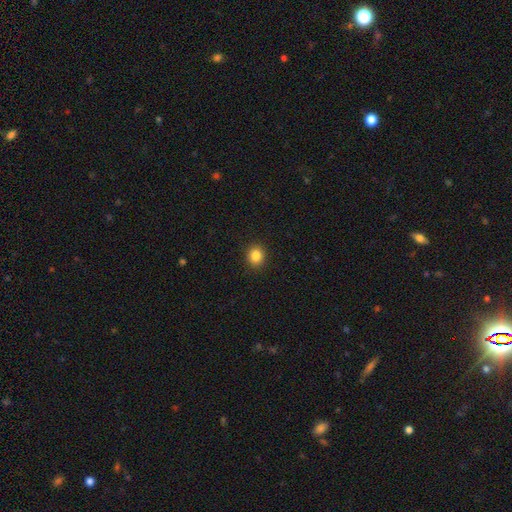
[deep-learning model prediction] Smooth or featured?
  - smooth: 85% *
  - star or artifact: 11%
  - featured or disk: 4%
How rounded?
  - round: 78% *
  - in between: 21%
  - cigar-shaped: 1%
Merging?
  - none: 91% *
  - minor disturbance: 6%
  - major disturbance: 2%
  - merger: 1%